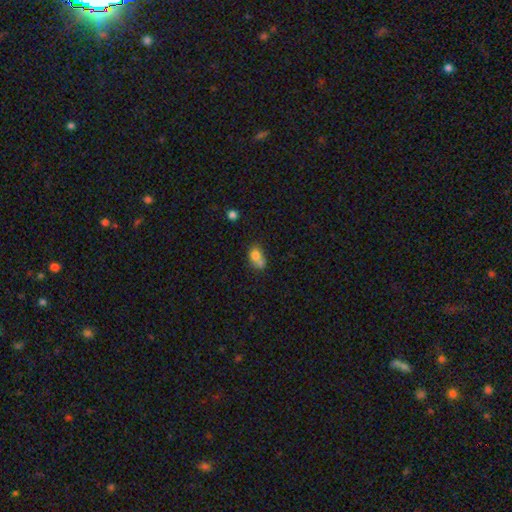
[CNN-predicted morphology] type=smooth (74%); roundness=in between (58%); merging=merger (51%).